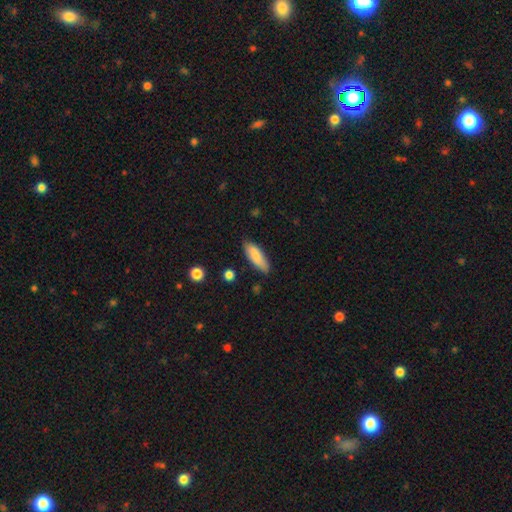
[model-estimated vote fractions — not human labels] smooth_or_featured: smooth (p=0.83) [alt: featured or disk p=0.11]
how_rounded: in between (p=0.61) [alt: cigar-shaped p=0.37]
merging: none (p=0.82) [alt: minor disturbance p=0.14]